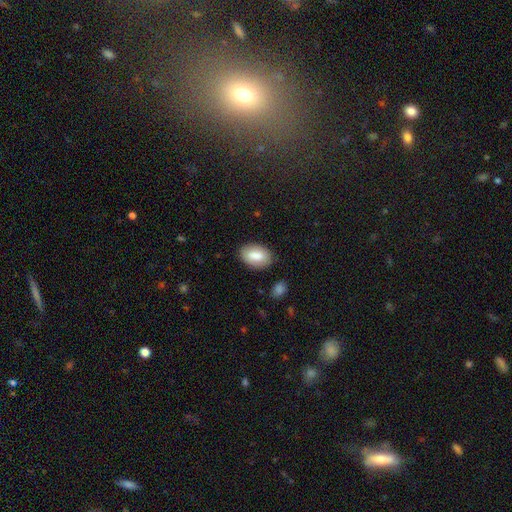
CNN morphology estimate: Smooth or featured: smooth — 84% (featured or disk — 10%)
How rounded: in between — 91% (round — 7%)
Merging: none — 84% (minor disturbance — 11%)